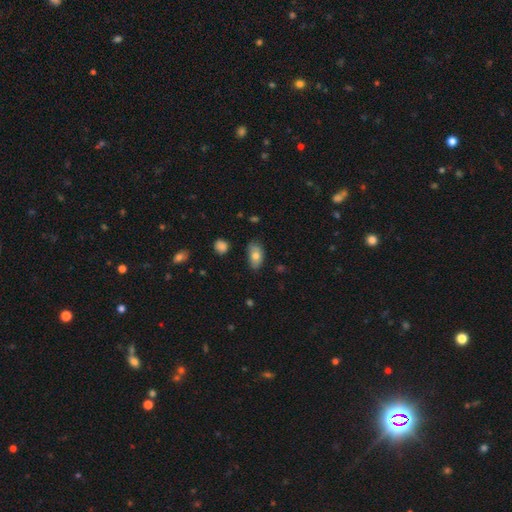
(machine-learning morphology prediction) smooth 75%, featured or disk 17%, star or artifact 8%. Down the decision tree: how rounded — in between (90%); merging — none (70%).